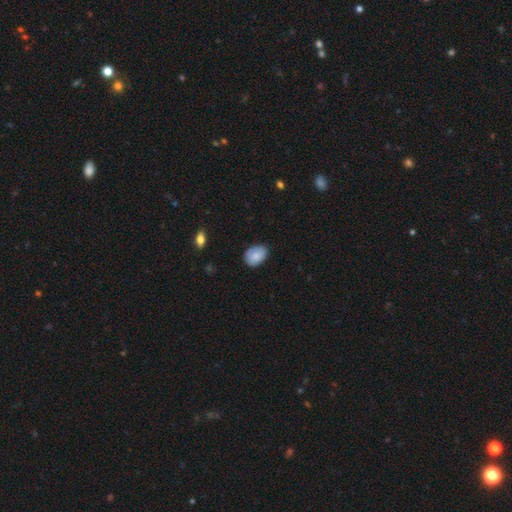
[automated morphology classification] smooth-or-featured: smooth: 84% | featured or disk: 9% | star or artifact: 7%
  how-rounded: in between: 77% | round: 22% | cigar-shaped: 1%
  merging: none: 79% | minor disturbance: 17% | major disturbance: 3% | merger: 1%